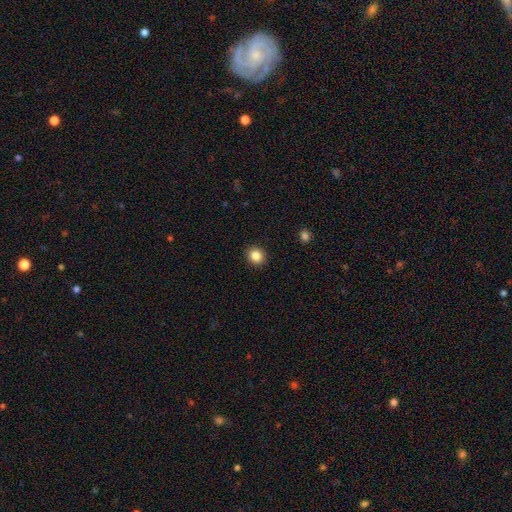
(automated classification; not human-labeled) Overall: smooth (85%). How rounded: round (84%). Merging: none (92%).